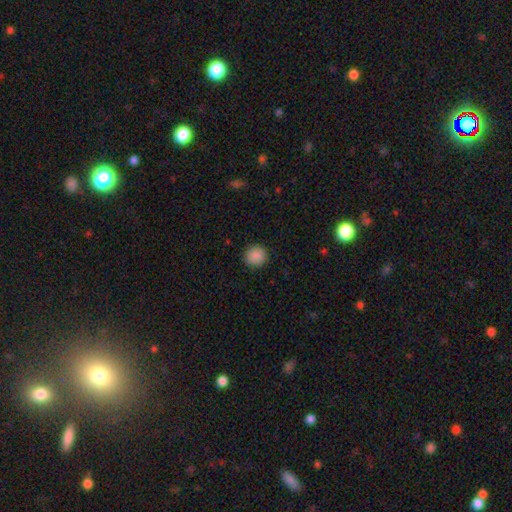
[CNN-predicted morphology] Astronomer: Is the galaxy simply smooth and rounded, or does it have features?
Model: smooth — 89%.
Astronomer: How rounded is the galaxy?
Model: round — 93%.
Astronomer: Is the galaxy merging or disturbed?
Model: none — 92%.